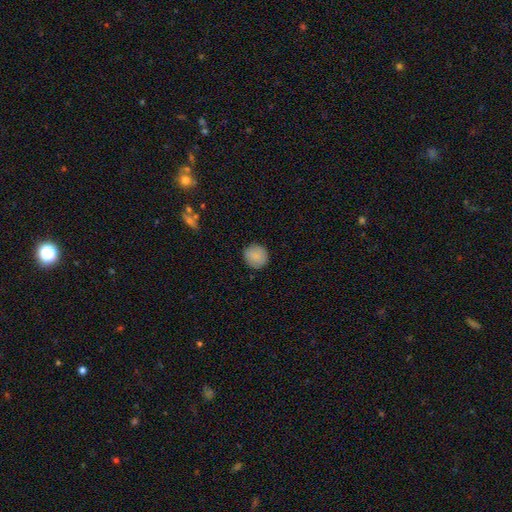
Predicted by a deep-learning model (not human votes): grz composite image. It shows a smooth galaxy with no disk features (86%) that is round (92%). Merging: none (88%).